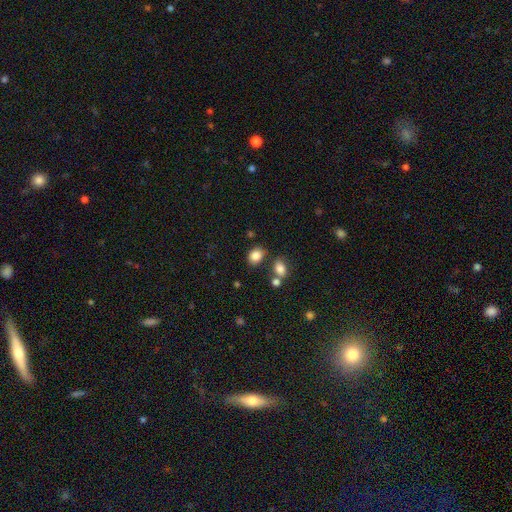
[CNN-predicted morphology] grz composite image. It shows a smooth galaxy with no disk features (85%) that is in between round and cigar-shaped (61%). Merging: none (70%).